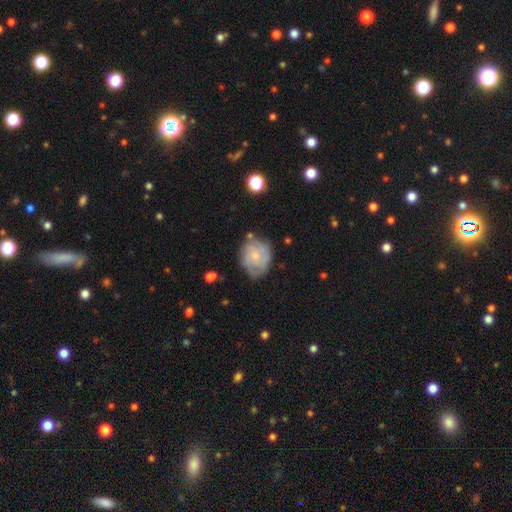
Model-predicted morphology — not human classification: Q: Smooth or featured?
A: featured or disk (67%); runner-up: smooth (27%)
Q: Edge-on disk?
A: no (97%); runner-up: yes (3%)
Q: Bar?
A: no (75%); runner-up: weak (22%)
Q: Spiral arms?
A: yes (85%); runner-up: no (15%)
Q: Spiral winding?
A: tight (52%); runner-up: medium (36%)
Q: Spiral arm count?
A: can't tell (38%); runner-up: 3 (24%)
Q: Bulge size?
A: small (55%); runner-up: moderate (34%)
Q: Merging?
A: none (67%); runner-up: minor disturbance (22%)